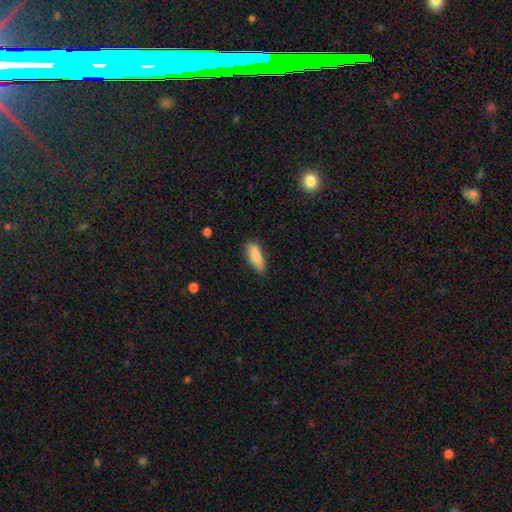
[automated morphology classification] Overall: smooth (87%). How rounded: in between (65%; cigar-shaped 33%). Merging: none (76%).